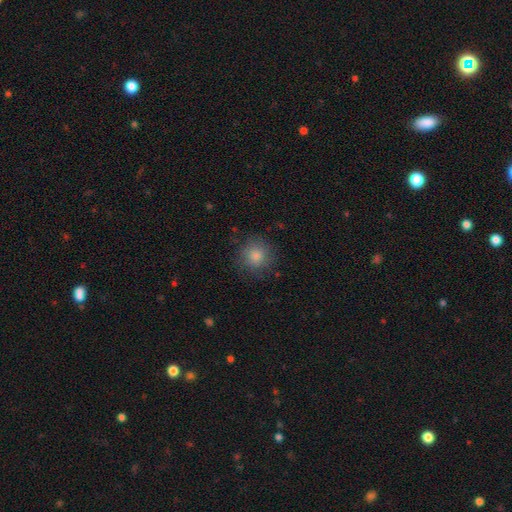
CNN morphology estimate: Smooth or featured: smooth — 84% (star or artifact — 10%)
How rounded: round — 92% (in between — 7%)
Merging: none — 83% (minor disturbance — 12%)